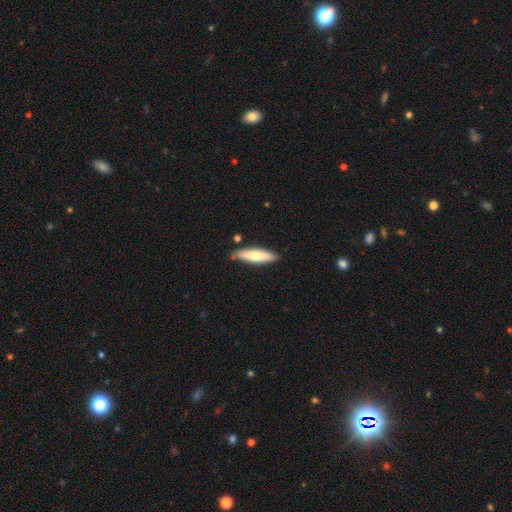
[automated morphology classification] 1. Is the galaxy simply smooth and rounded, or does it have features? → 67% smooth, 28% featured or disk, 5% star or artifact.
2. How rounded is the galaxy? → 69% cigar-shaped, 29% in between, 2% round.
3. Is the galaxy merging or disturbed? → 85% none, 11% minor disturbance, 3% merger, 2% major disturbance.